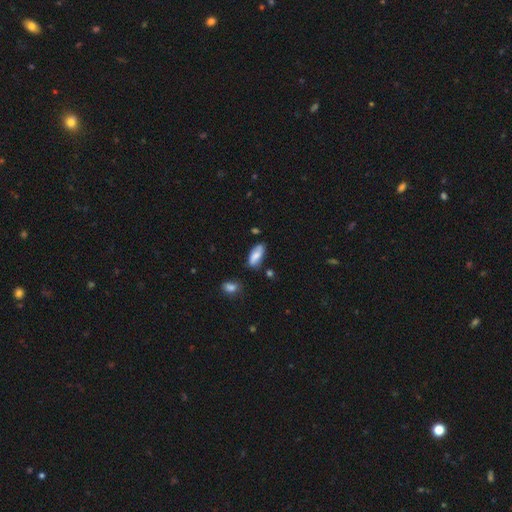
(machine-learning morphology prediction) Q: Smooth or featured?
A: smooth (75%); runner-up: featured or disk (19%)
Q: How rounded?
A: in between (83%); runner-up: cigar-shaped (14%)
Q: Merging?
A: none (72%); runner-up: minor disturbance (20%)